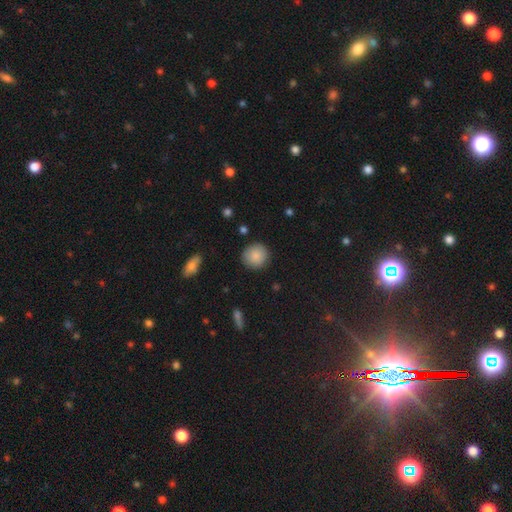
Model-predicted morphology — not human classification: Overall: smooth (87%). How rounded: round (90%). Merging: none (88%).